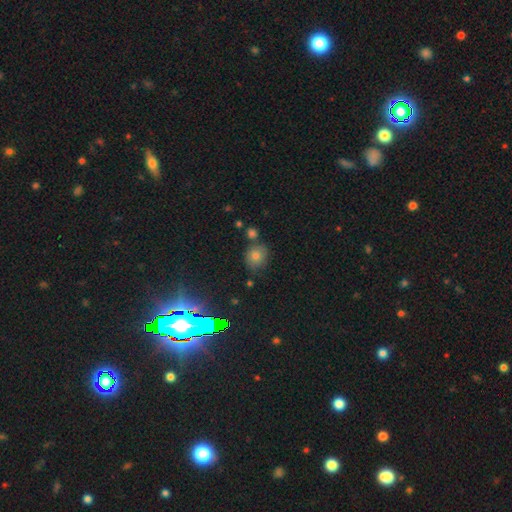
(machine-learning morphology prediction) Smooth or featured? Predicted: smooth (p=0.72). How rounded? Predicted: round (p=0.70). Merging? Predicted: none (p=0.70).